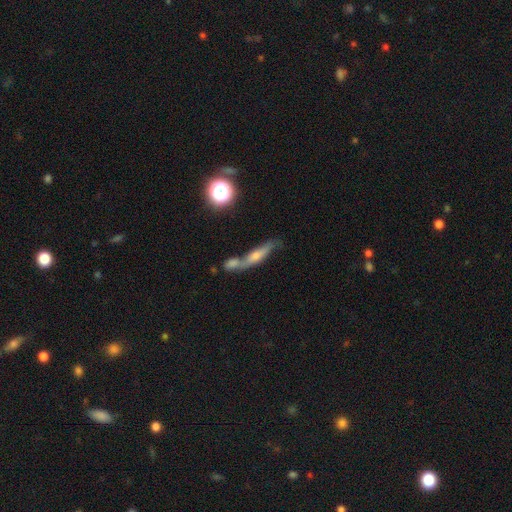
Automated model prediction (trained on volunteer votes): Morphology: type=featured or disk (53%); edge-on=yes (64%); merging=none (43%).